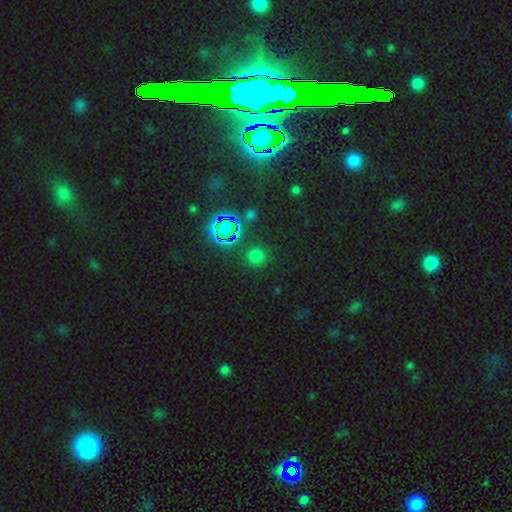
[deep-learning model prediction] A smooth galaxy with no disk features (58%) that is round (90%).

Vote fractions:
- Smooth or featured? smooth: 58% / star or artifact: 36% / featured or disk: 6%
- How rounded? round: 90% / in between: 9% / cigar-shaped: 1%
- Merging? none: 86% / minor disturbance: 7% / major disturbance: 3% / merger: 3%